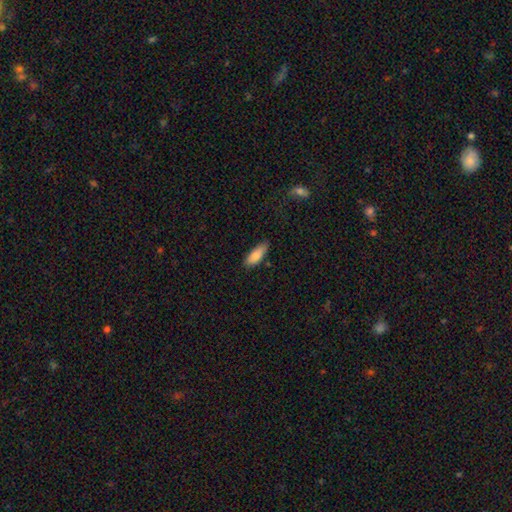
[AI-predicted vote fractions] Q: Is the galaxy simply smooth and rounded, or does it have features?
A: smooth — 84%.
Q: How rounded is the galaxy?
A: in between — 70%.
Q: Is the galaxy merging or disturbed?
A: none — 76%.